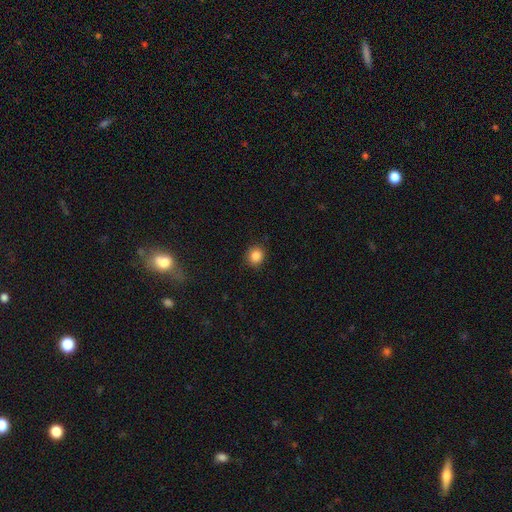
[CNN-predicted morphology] This appears to be a smooth galaxy with no disk features (86%) that is round (84%). Merging: none (88%).